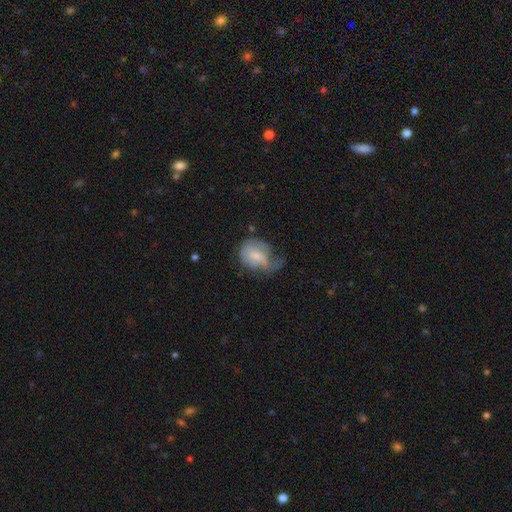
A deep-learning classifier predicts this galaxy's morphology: Smooth or featured? smooth (53%)
How rounded? round (51%)
Merging? major disturbance (38%)